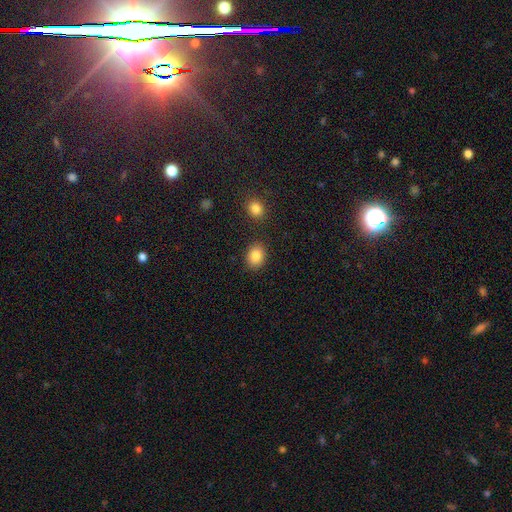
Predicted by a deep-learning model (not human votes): The model was most divided on "how rounded": in between: 51%, round: 48%, cigar-shaped: 1%. More confident: smooth or featured — smooth (86%); merging — none (85%).